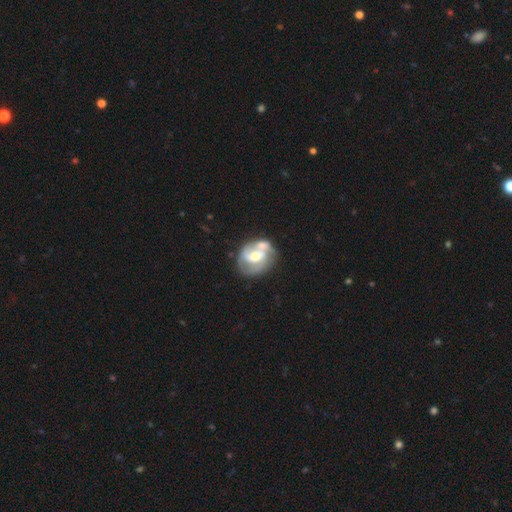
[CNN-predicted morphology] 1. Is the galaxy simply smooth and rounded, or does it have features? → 71% featured or disk, 23% smooth, 6% star or artifact.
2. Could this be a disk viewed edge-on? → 97% no, 3% yes.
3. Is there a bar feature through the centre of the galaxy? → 43% no, 40% weak, 17% strong.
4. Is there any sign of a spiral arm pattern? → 74% yes, 26% no.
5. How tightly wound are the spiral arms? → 44% medium, 33% tight, 23% loose.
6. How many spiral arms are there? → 60% 2, 19% can't tell, 9% 3, 9% 1, 2% 4, 2% more than 4.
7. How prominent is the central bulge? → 63% moderate, 26% small, 8% large, 2% none, 1% dominant.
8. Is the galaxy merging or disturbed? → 40% none, 30% merger, 19% minor disturbance, 11% major disturbance.